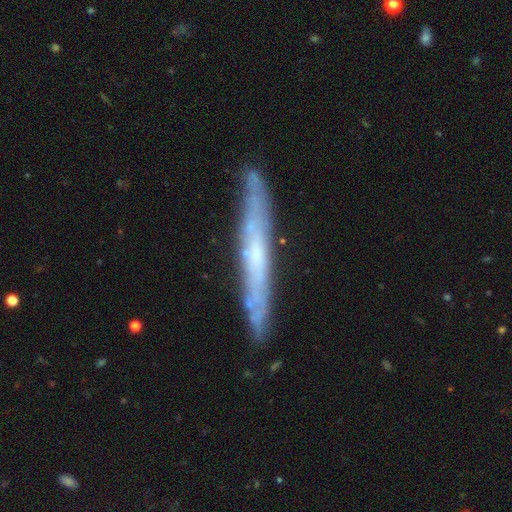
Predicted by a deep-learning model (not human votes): This appears to be a featured or disk galaxy (67%) viewed edge-on (88%) with no central bulge (73%). Merging: none (85%).